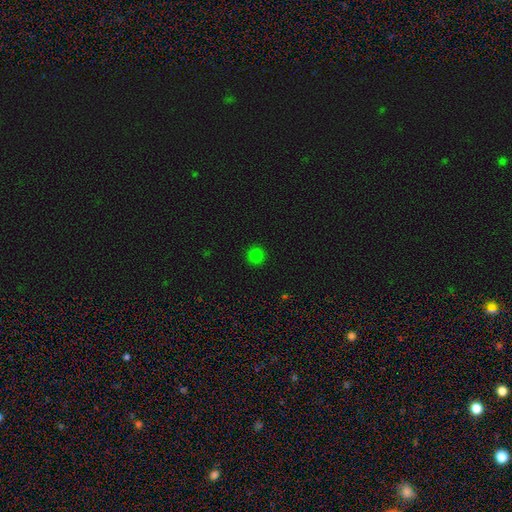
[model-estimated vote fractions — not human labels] Smooth or featured? Predicted: smooth (p=0.81). How rounded? Predicted: round (p=0.94). Merging? Predicted: none (p=0.92).